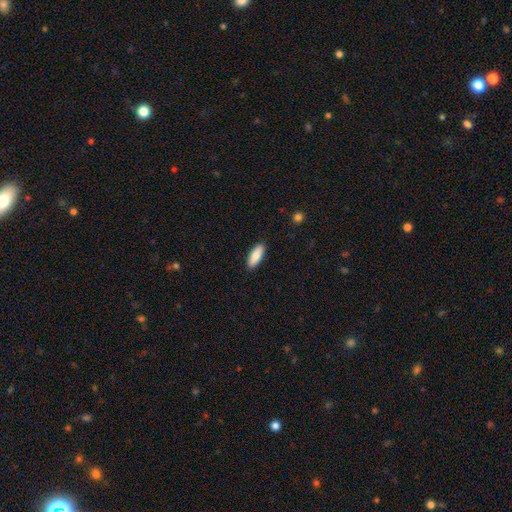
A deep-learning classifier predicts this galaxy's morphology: smooth 84%, featured or disk 10%, star or artifact 6%. Down the decision tree: how rounded — in between (67%); merging — none (90%).